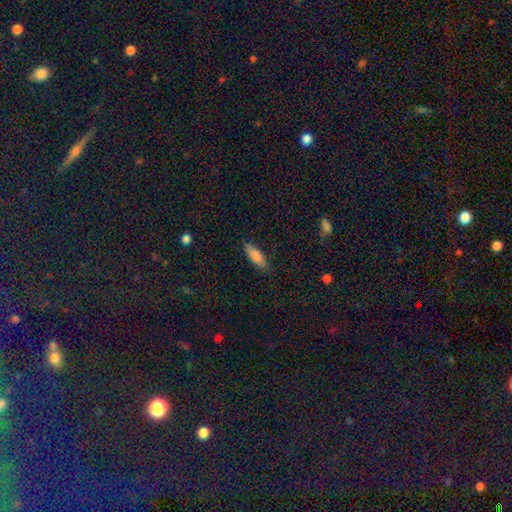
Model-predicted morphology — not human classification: smooth_or_featured: smooth (p=0.83) [alt: featured or disk p=0.11]
how_rounded: in between (p=0.57) [alt: cigar-shaped p=0.41]
merging: none (p=0.85) [alt: minor disturbance p=0.12]